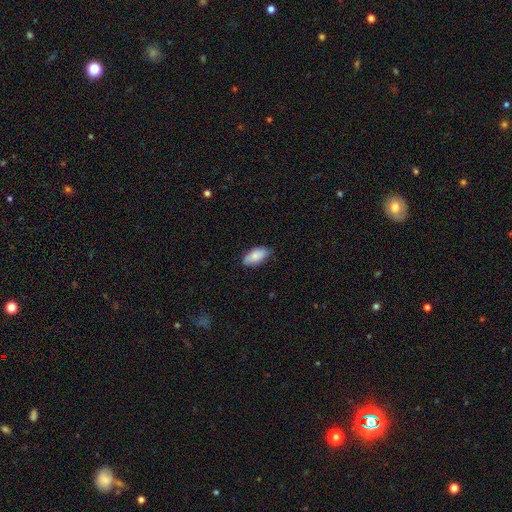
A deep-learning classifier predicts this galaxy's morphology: smooth 82%, featured or disk 11%, star or artifact 6%. Down the decision tree: how rounded — in between (92%); merging — none (74%).